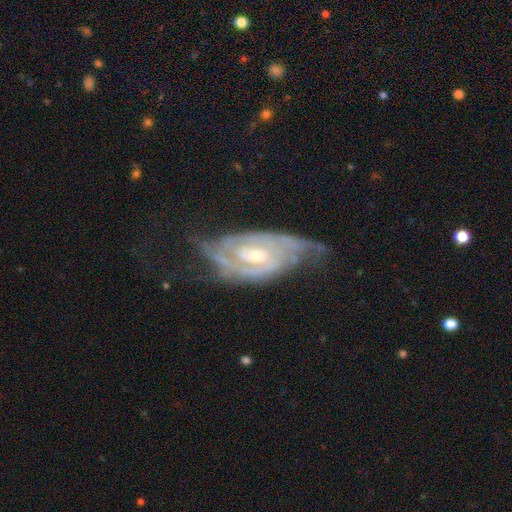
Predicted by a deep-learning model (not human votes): This is clearly a featured or disk galaxy (88%). It is clearly not viewed edge-on (93%). Bar: possibly weak (47%). Spiral arm pattern: clearly yes (96%). Spiral arm count: possibly 2 (57%). Spiral winding: likely tight (62%). Central bulge: possibly moderate (52%). Merging: possibly none (58%).